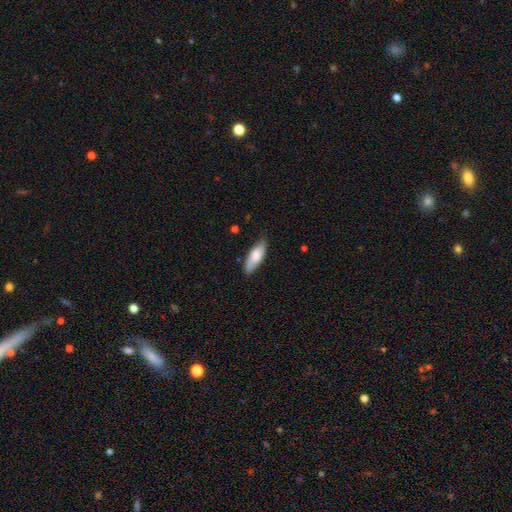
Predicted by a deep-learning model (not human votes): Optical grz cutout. It shows a smooth galaxy with no disk features (77%) that is in between round and cigar-shaped (66%). Merging: none (79%).